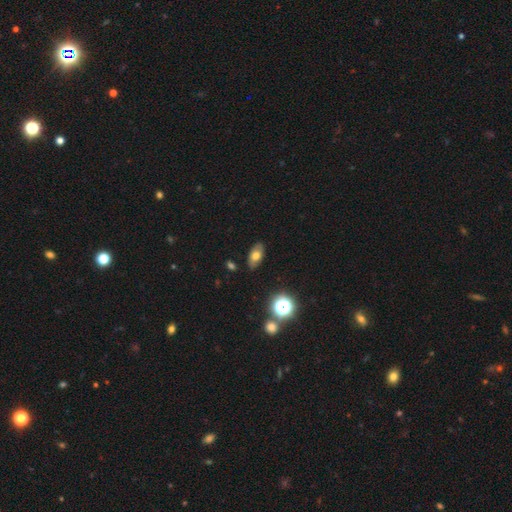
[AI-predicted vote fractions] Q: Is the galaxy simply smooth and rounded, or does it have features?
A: smooth — 66%.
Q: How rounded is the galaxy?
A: in between — 89%.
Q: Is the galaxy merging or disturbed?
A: none — 84%.